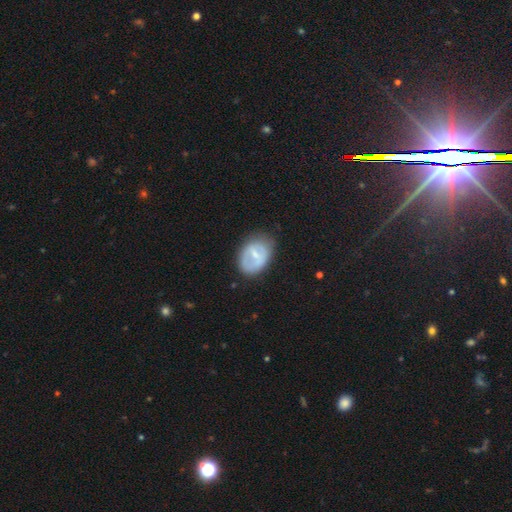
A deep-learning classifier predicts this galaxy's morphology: A smooth galaxy with no disk features (49%).

Vote fractions:
- Smooth or featured? smooth: 49% / featured or disk: 44% / star or artifact: 7%
- Merging? none: 62% / minor disturbance: 26% / major disturbance: 10% / merger: 2%